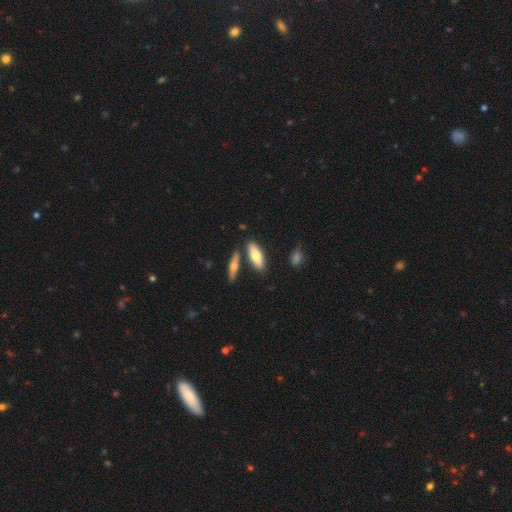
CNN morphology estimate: A smooth galaxy with no disk features (72%) that is in between round and cigar-shaped (65%).

Vote fractions:
- Smooth or featured? smooth: 72% / featured or disk: 23% / star or artifact: 5%
- How rounded? in between: 65% / cigar-shaped: 32% / round: 3%
- Merging? none: 76% / merger: 11% / minor disturbance: 11% / major disturbance: 3%